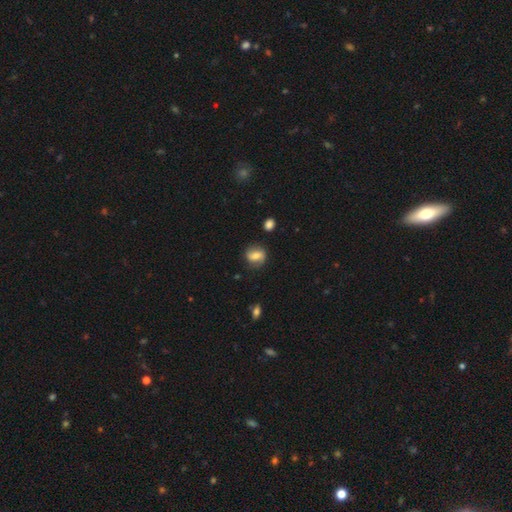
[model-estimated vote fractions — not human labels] Q: Smooth or featured?
A: smooth (52%); runner-up: featured or disk (39%)
Q: How rounded?
A: round (50%); runner-up: in between (48%)
Q: Merging?
A: none (74%); runner-up: minor disturbance (18%)